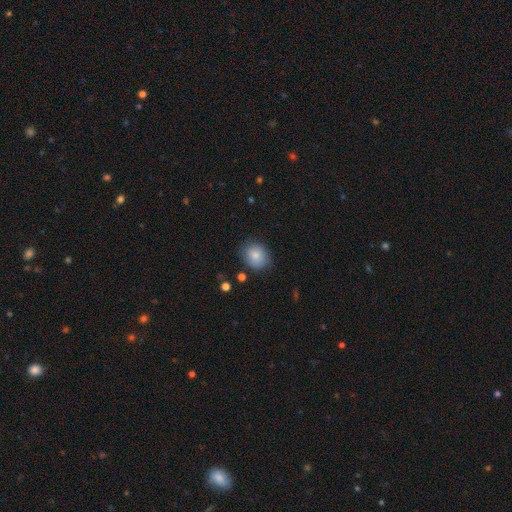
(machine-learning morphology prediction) type=smooth (84%); roundness=round (62%); merging=none (78%).